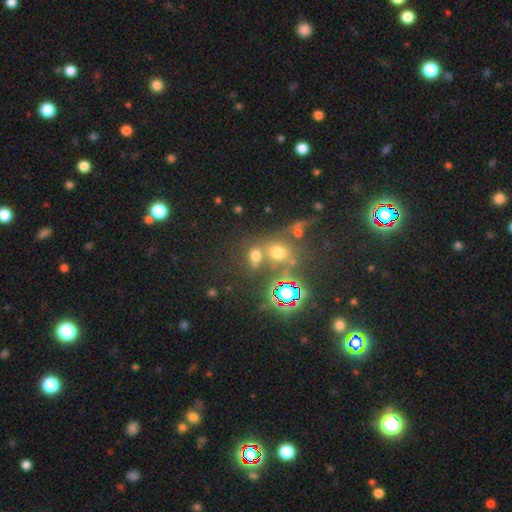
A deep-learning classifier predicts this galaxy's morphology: Smooth or featured?
  - smooth: 57% *
  - star or artifact: 32%
  - featured or disk: 11%
How rounded?
  - round: 60% *
  - in between: 37%
  - cigar-shaped: 3%
Merging?
  - none: 50% *
  - merger: 34%
  - minor disturbance: 10%
  - major disturbance: 6%